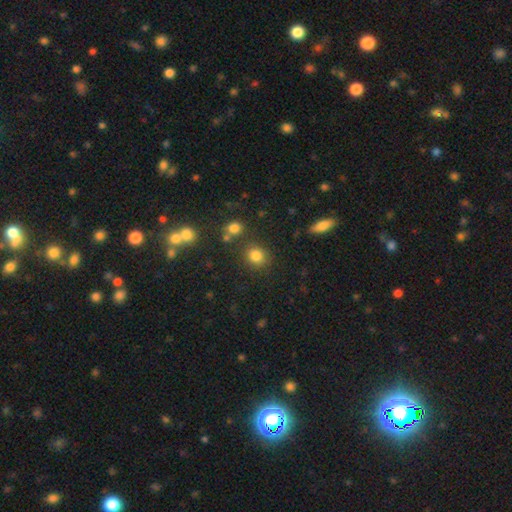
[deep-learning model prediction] Smooth or featured: smooth — 82% (star or artifact — 13%)
How rounded: round — 80% (in between — 19%)
Merging: none — 81% (minor disturbance — 9%)